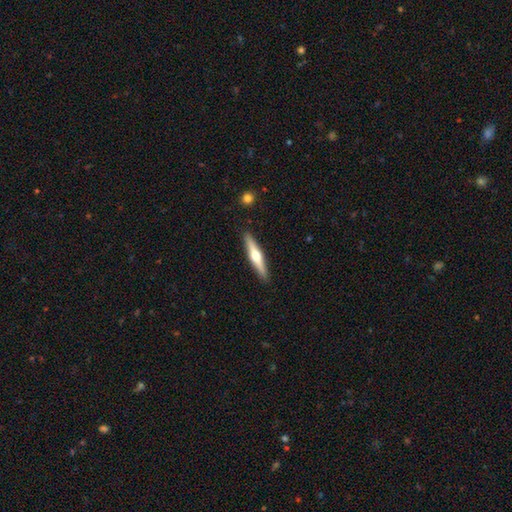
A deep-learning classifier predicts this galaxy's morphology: type=featured or disk (63%); edge-on=yes (97%); edge-on bulge=rounded (94%); merging=none (91%).